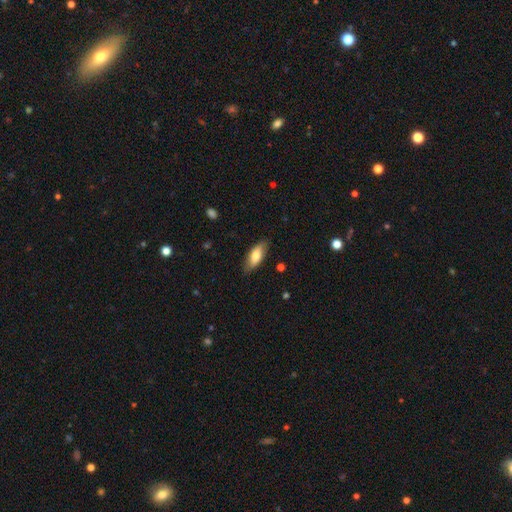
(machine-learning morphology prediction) A smooth galaxy with no disk features (71%) that is in between round and cigar-shaped (77%).

Vote fractions:
- Smooth or featured? smooth: 71% / featured or disk: 23% / star or artifact: 6%
- How rounded? in between: 77% / cigar-shaped: 21% / round: 2%
- Merging? none: 82% / minor disturbance: 14% / major disturbance: 2% / merger: 1%